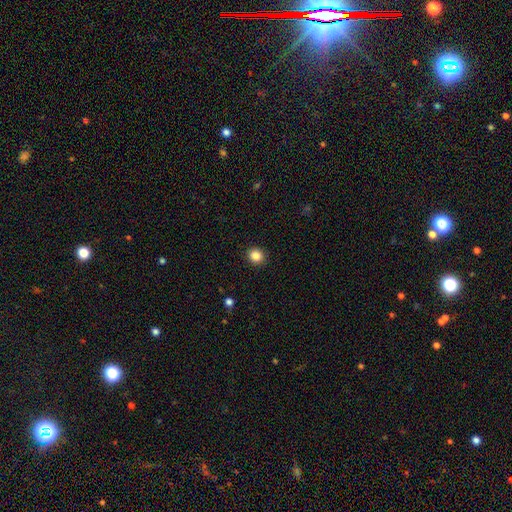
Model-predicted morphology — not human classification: Smooth or featured? Predicted: smooth (p=0.86). How rounded? Predicted: round (p=0.84). Merging? Predicted: none (p=0.92).